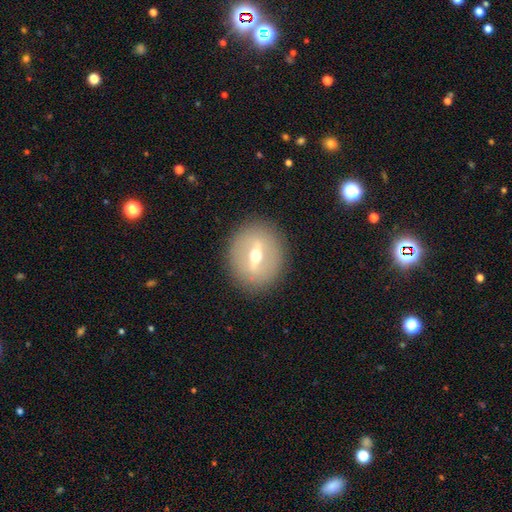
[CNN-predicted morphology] Smooth or featured? Predicted: featured or disk (p=0.65). Edge-on disk? Predicted: no (p=0.75). Merging? Predicted: none (p=0.88).